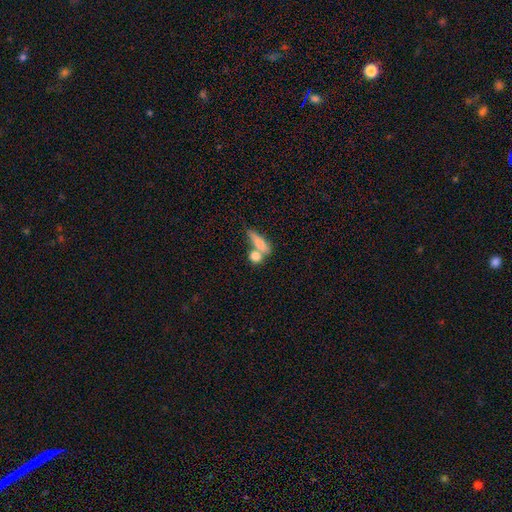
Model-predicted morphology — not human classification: Overall: smooth (78%). How rounded: in between (46%; round 35%). Merging: merger (49%; none 36%).